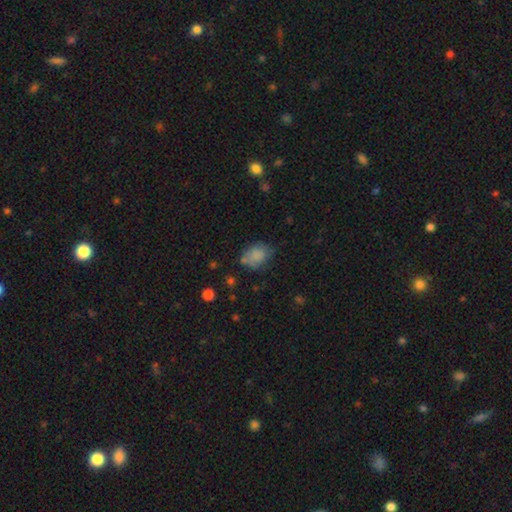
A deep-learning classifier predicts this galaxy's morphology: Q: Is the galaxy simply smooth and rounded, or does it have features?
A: smooth — 81%.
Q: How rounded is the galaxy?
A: in between — 58%.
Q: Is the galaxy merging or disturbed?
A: none — 61%.